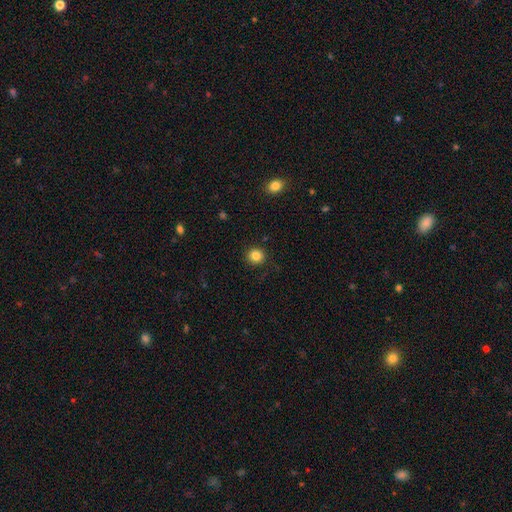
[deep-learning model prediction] Smooth or featured: smooth — 84% (star or artifact — 11%)
How rounded: round — 93% (in between — 6%)
Merging: none — 91% (minor disturbance — 6%)